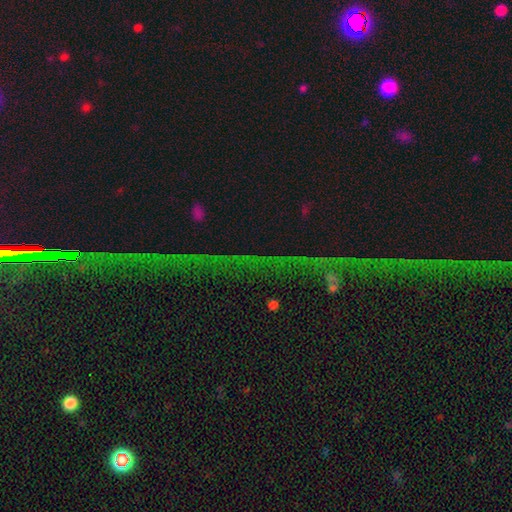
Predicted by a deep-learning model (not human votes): smooth-or-featured: star or artifact: 74% | featured or disk: 13% | smooth: 13%